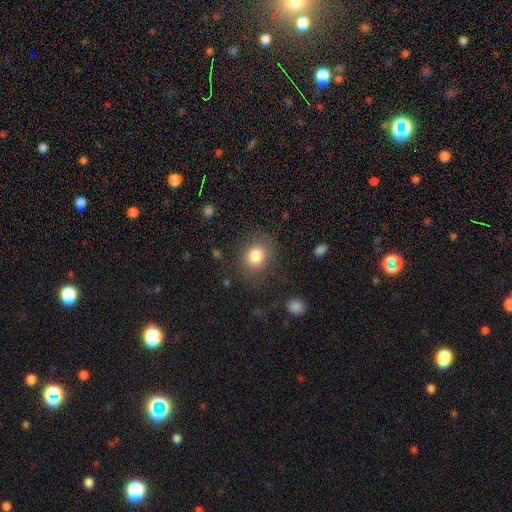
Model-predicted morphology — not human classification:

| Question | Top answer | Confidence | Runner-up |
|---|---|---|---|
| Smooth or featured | smooth | 81% | star or artifact (11%) |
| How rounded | round | 67% | in between (32%) |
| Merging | none | 79% | minor disturbance (13%) |